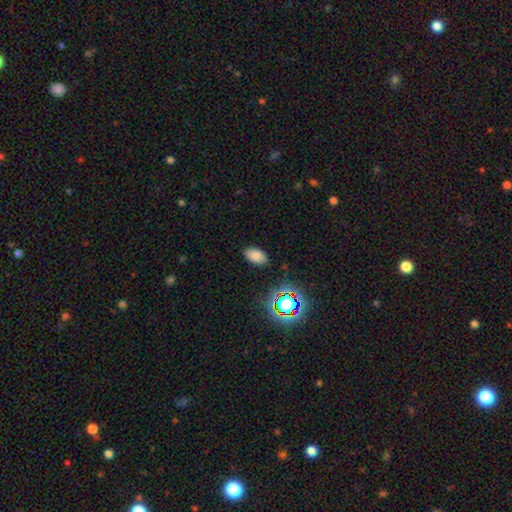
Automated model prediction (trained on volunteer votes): smooth-or-featured: smooth: 77% | star or artifact: 15% | featured or disk: 8%
  how-rounded: in between: 93% | round: 5% | cigar-shaped: 2%
  merging: none: 86% | minor disturbance: 10% | major disturbance: 3% | merger: 1%